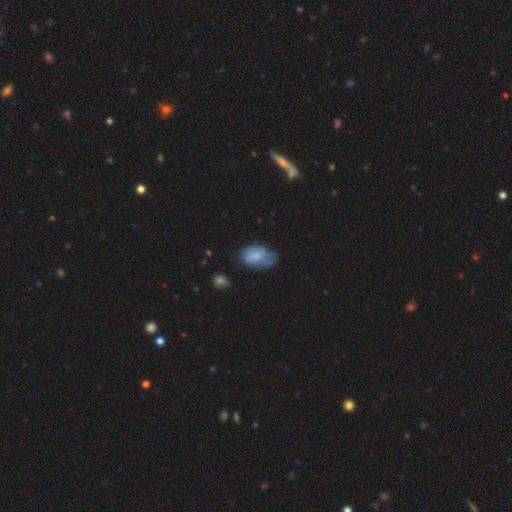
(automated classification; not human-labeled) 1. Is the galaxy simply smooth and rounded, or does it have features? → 70% smooth, 22% featured or disk, 8% star or artifact.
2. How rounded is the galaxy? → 89% in between, 10% round, 1% cigar-shaped.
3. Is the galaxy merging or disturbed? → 40% none, 38% minor disturbance, 19% major disturbance, 3% merger.